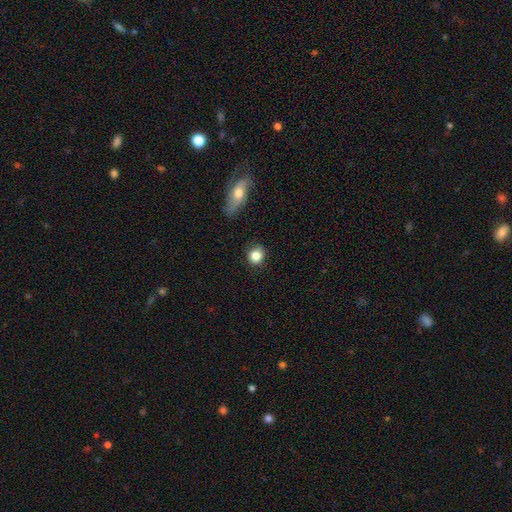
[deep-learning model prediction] Smooth or featured? Predicted: smooth (p=0.83). How rounded? Predicted: round (p=0.78). Merging? Predicted: none (p=0.81).